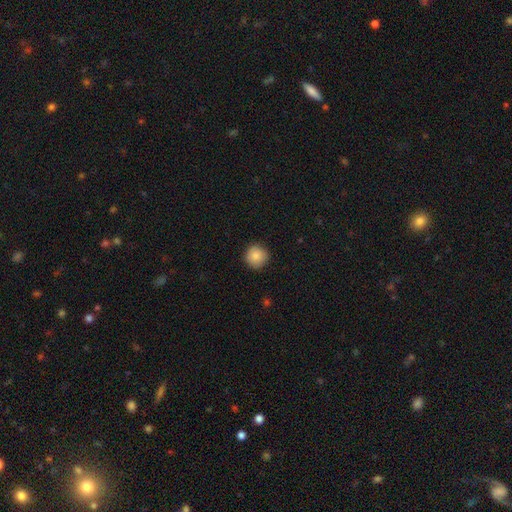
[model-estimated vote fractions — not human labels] smooth-or-featured: smooth: 85% | star or artifact: 8% | featured or disk: 6%
  how-rounded: round: 95% | in between: 4% | cigar-shaped: 1%
  merging: none: 89% | minor disturbance: 8% | major disturbance: 2% | merger: 1%